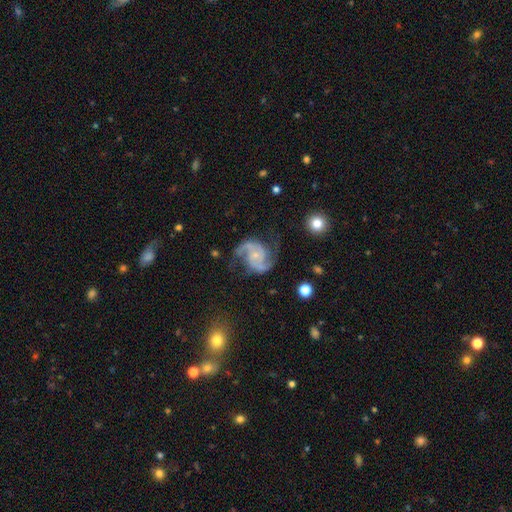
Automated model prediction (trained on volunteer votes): Q: Smooth or featured?
A: featured or disk (91%); runner-up: star or artifact (5%)
Q: Edge-on disk?
A: no (98%); runner-up: yes (2%)
Q: Bar?
A: no (65%); runner-up: weak (29%)
Q: Spiral arms?
A: yes (98%); runner-up: no (2%)
Q: Spiral winding?
A: medium (58%); runner-up: loose (22%)
Q: Spiral arm count?
A: 2 (88%); runner-up: 3 (5%)
Q: Bulge size?
A: small (70%); runner-up: moderate (22%)
Q: Merging?
A: none (68%); runner-up: minor disturbance (19%)